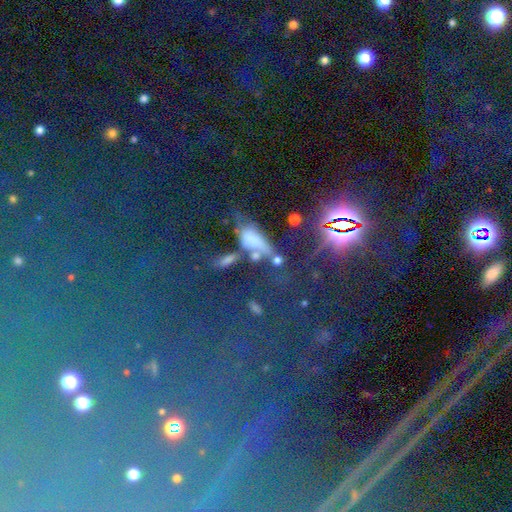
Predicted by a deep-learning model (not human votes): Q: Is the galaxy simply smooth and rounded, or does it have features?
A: smooth — 51%.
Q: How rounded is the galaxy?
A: in between — 60%.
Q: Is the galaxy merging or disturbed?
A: merger — 31%.